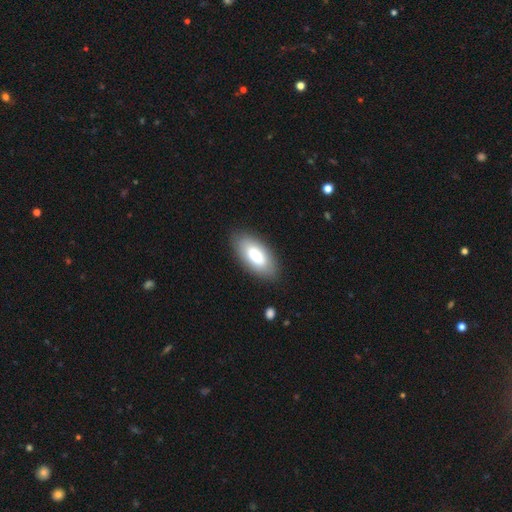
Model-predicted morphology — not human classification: A smooth galaxy with no disk features (77%) that is in between round and cigar-shaped (93%).

Vote fractions:
- Smooth or featured? smooth: 77% / featured or disk: 17% / star or artifact: 6%
- How rounded? in between: 93% / cigar-shaped: 5% / round: 2%
- Merging? none: 84% / minor disturbance: 12% / major disturbance: 3% / merger: 1%